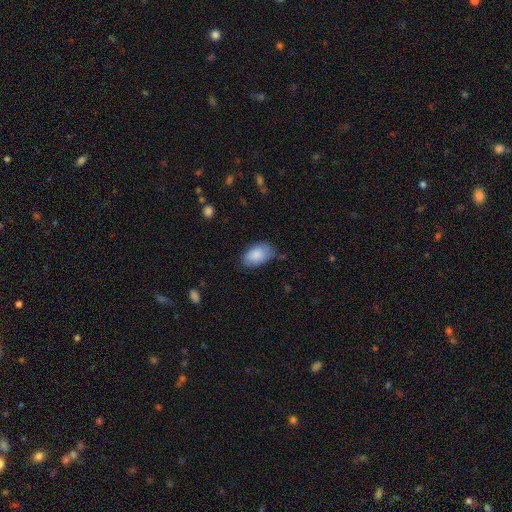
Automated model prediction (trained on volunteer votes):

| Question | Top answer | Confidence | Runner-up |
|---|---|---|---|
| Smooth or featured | smooth | 87% | featured or disk (7%) |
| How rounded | in between | 93% | round (6%) |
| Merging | none | 69% | minor disturbance (24%) |